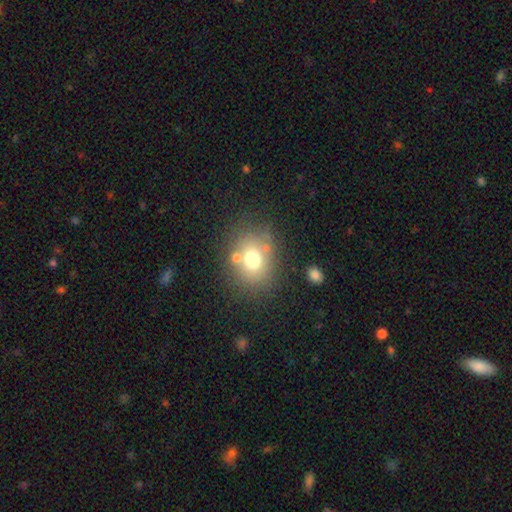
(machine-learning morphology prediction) Smooth or featured? smooth (64%)
How rounded? round (62%)
Merging? none (68%)